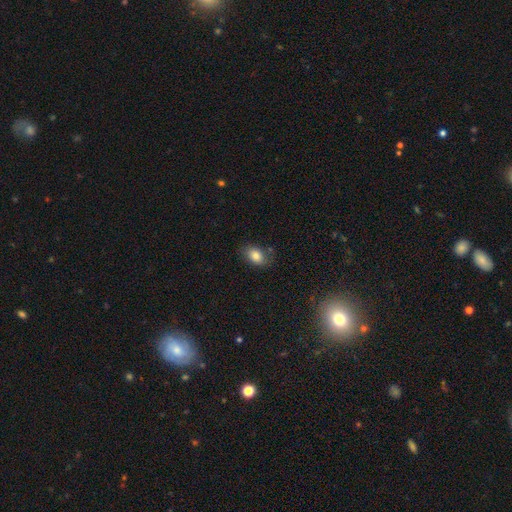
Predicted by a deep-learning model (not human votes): Q: Smooth or featured?
A: smooth (83%); runner-up: star or artifact (8%)
Q: How rounded?
A: in between (84%); runner-up: round (14%)
Q: Merging?
A: none (76%); runner-up: minor disturbance (17%)